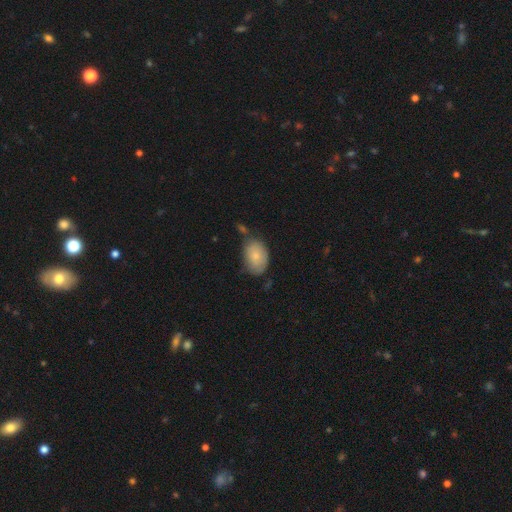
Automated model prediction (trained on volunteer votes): The model was most divided on "merging": none: 61%, minor disturbance: 26%, merger: 7%, major disturbance: 6%. More confident: how rounded — in between (86%); smooth or featured — smooth (79%).